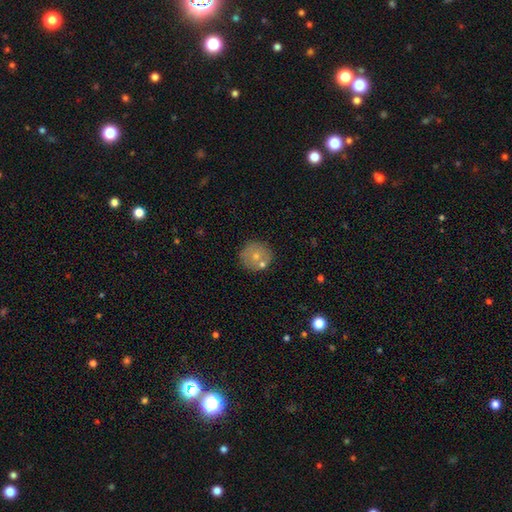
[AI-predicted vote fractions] Smooth or featured? Predicted: smooth (p=0.66). How rounded? Predicted: round (p=0.91). Merging? Predicted: none (p=0.67).